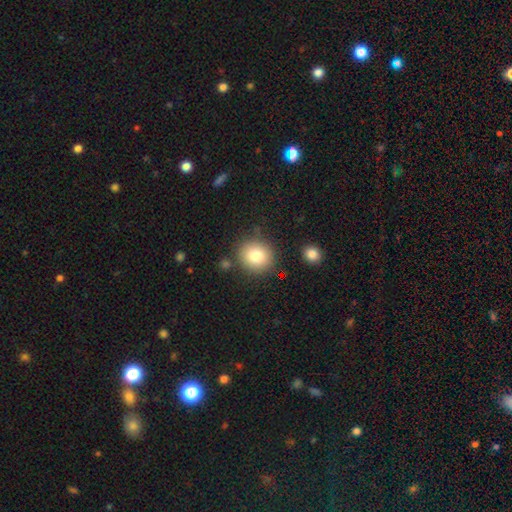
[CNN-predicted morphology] A smooth galaxy with no disk features (80%) that is round (88%).

Vote fractions:
- Smooth or featured? smooth: 80% / star or artifact: 11% / featured or disk: 9%
- How rounded? round: 88% / in between: 11% / cigar-shaped: 1%
- Merging? none: 83% / minor disturbance: 9% / merger: 5% / major disturbance: 3%